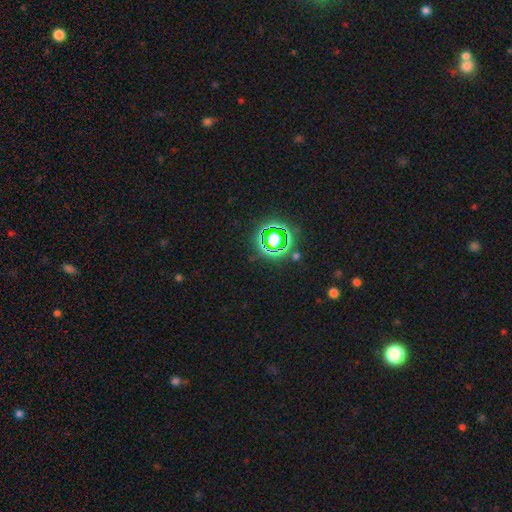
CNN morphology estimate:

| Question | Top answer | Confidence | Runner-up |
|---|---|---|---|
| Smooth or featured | star or artifact | 78% | smooth (16%) |